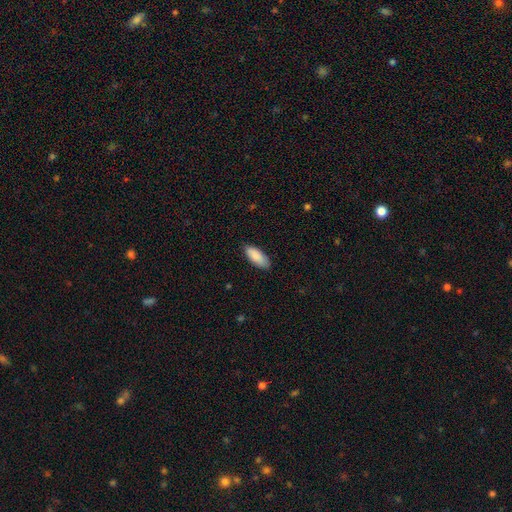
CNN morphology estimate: This is clearly a smooth galaxy (87%). How rounded: clearly in between (80%). Merging: clearly none (85%).